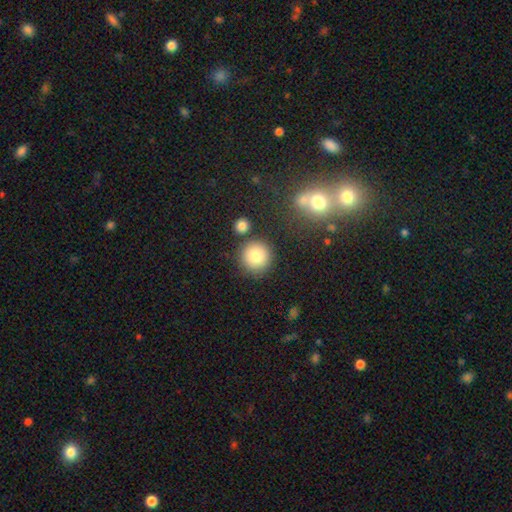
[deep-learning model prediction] Smooth or featured: smooth — 83% (star or artifact — 10%)
How rounded: round — 94% (in between — 5%)
Merging: none — 81% (minor disturbance — 9%)